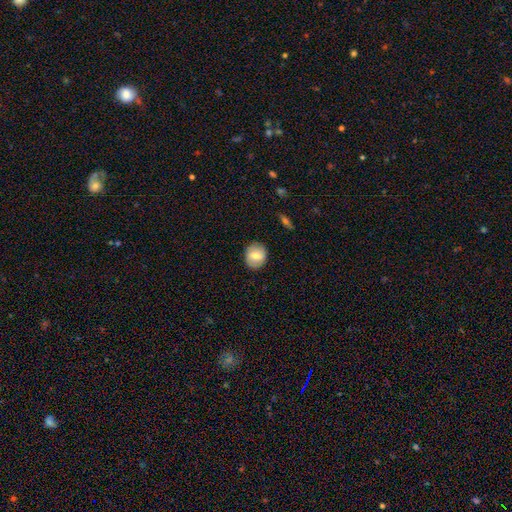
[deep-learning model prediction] smooth 67%, featured or disk 25%, star or artifact 8%. Down the decision tree: how rounded — round (78%); merging — none (87%).